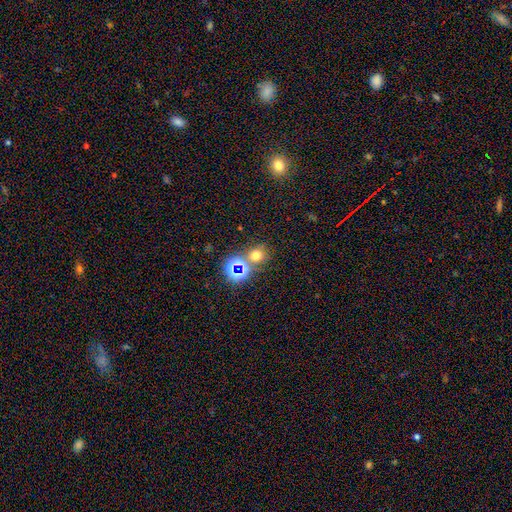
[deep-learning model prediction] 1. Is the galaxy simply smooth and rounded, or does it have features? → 61% smooth, 31% star or artifact, 9% featured or disk.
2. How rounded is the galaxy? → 81% round, 18% in between, 1% cigar-shaped.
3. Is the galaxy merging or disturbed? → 65% none, 23% merger, 8% minor disturbance, 4% major disturbance.